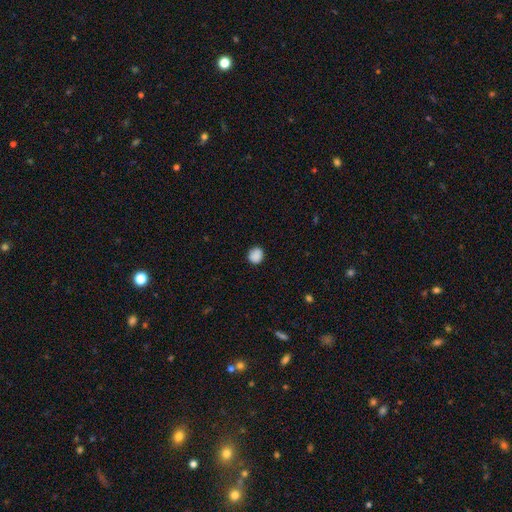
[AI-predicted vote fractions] smooth_or_featured: smooth (p=0.88) [alt: star or artifact p=0.09]
how_rounded: round (p=0.84) [alt: in between p=0.15]
merging: none (p=0.88) [alt: minor disturbance p=0.09]